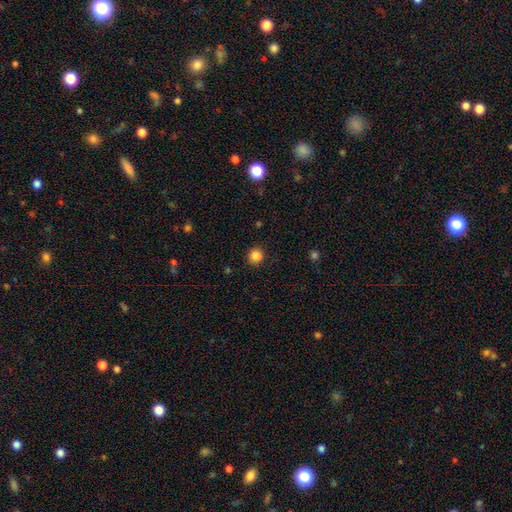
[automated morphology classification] smooth_or_featured: smooth (p=0.85) [alt: star or artifact p=0.11]
how_rounded: round (p=0.91) [alt: in between p=0.08]
merging: none (p=0.90) [alt: minor disturbance p=0.07]